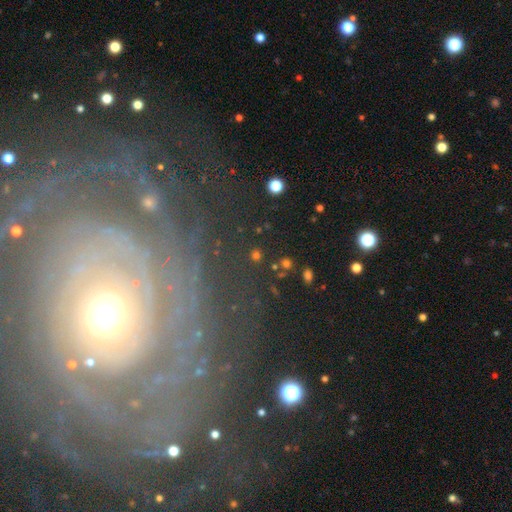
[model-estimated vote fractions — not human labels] Smooth or featured? star or artifact (39%)